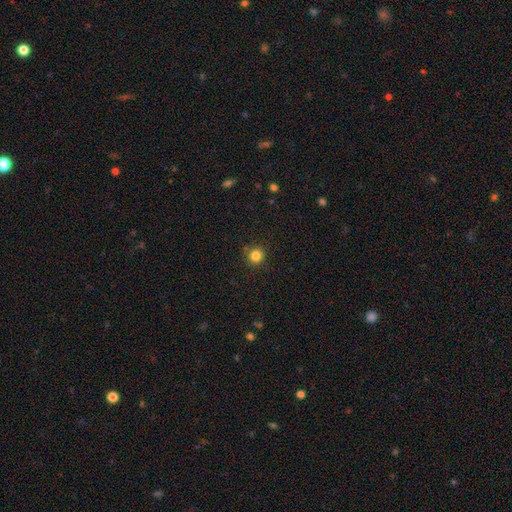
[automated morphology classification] type=smooth (83%); roundness=round (93%); merging=none (88%).